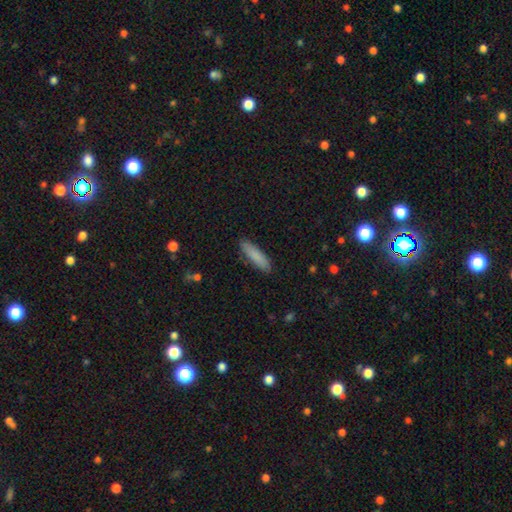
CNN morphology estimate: smooth_or_featured: smooth (p=0.86) [alt: featured or disk p=0.08]
how_rounded: cigar-shaped (p=0.73) [alt: in between p=0.26]
merging: none (p=0.88) [alt: minor disturbance p=0.09]